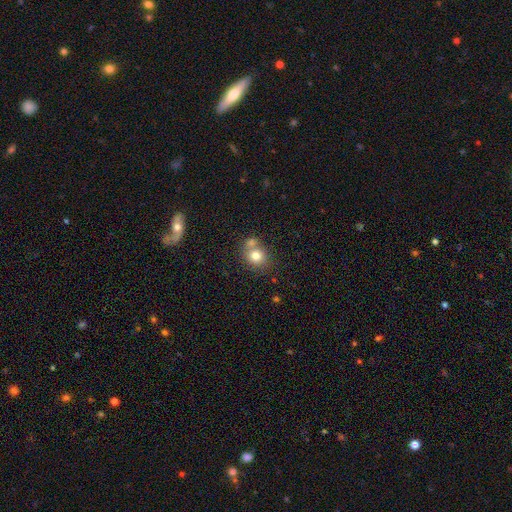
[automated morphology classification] The model was most divided on "merging": none: 49%, merger: 37%, minor disturbance: 10%, major disturbance: 4%. More confident: smooth or featured — smooth (78%); how rounded — round (74%).